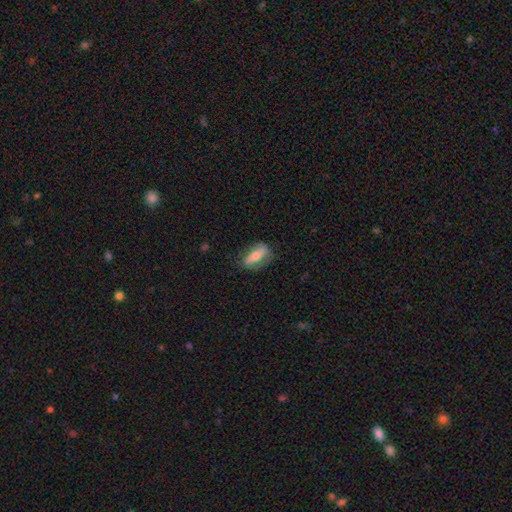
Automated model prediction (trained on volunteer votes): Morphology: type=featured or disk (49%); merging=none (69%).